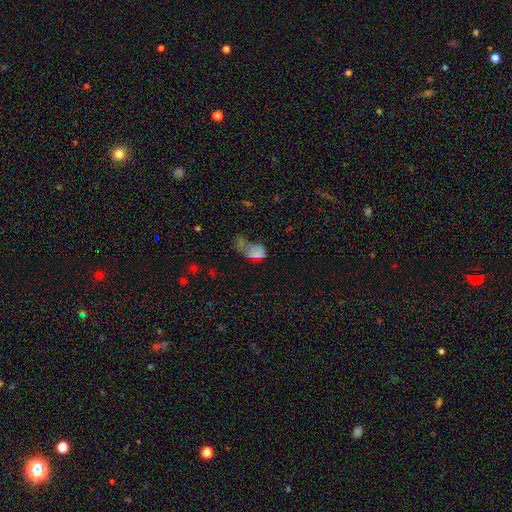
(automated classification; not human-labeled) Overall: smooth (56%; star or artifact 26%). How rounded: in between (79%). Merging: major disturbance (36%; merger 27%).